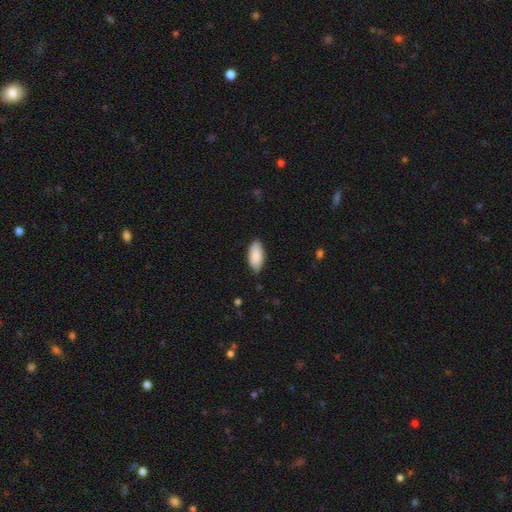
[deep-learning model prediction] A smooth galaxy with no disk features (89%) that is in between round and cigar-shaped (91%).

Vote fractions:
- Smooth or featured? smooth: 89% / featured or disk: 6% / star or artifact: 6%
- How rounded? in between: 91% / cigar-shaped: 8% / round: 2%
- Merging? none: 80% / minor disturbance: 16% / major disturbance: 2% / merger: 1%